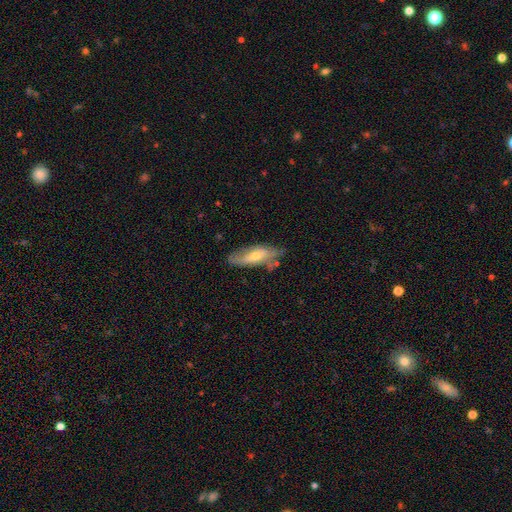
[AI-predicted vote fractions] A featured or disk galaxy (49%).

Vote fractions:
- Smooth or featured? featured or disk: 49% / smooth: 44% / star or artifact: 7%
- Merging? none: 60% / minor disturbance: 27% / major disturbance: 8% / merger: 5%